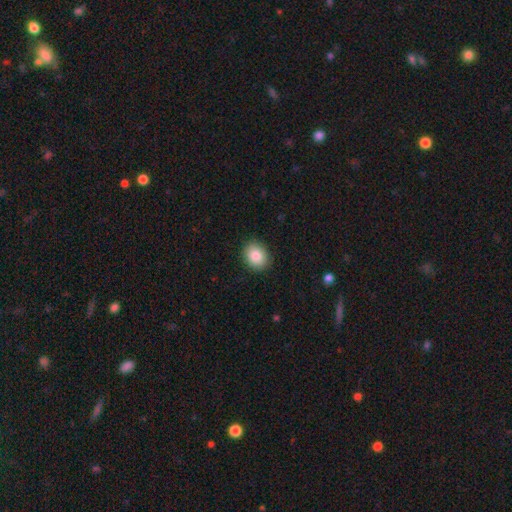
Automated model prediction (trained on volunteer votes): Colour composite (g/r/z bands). It shows a smooth galaxy with no disk features (87%) that is round (51%). Merging: none (89%).